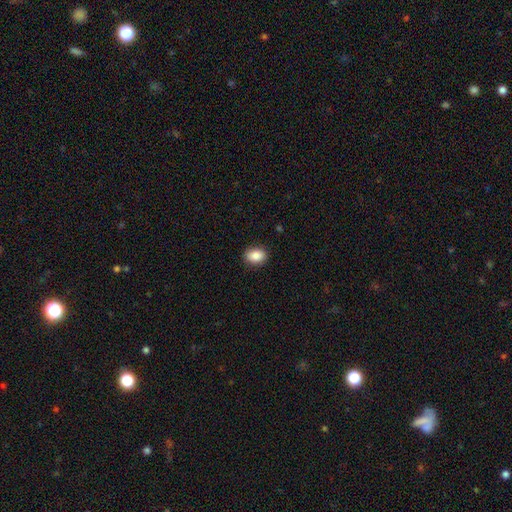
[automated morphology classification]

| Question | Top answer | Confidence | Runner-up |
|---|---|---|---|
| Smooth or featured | smooth | 87% | star or artifact (8%) |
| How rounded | in between | 73% | round (26%) |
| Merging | none | 89% | minor disturbance (8%) |